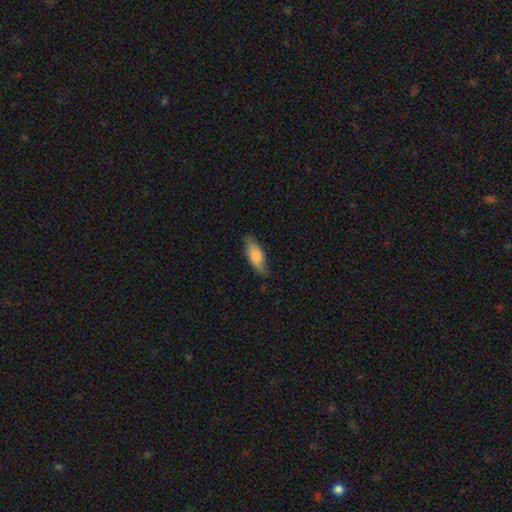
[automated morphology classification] Q: Smooth or featured?
A: smooth (76%); runner-up: featured or disk (18%)
Q: How rounded?
A: in between (78%); runner-up: cigar-shaped (20%)
Q: Merging?
A: none (68%); runner-up: minor disturbance (26%)